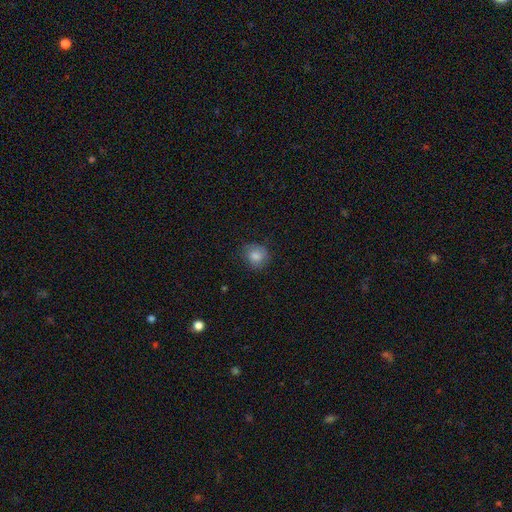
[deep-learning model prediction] Smooth or featured: smooth — 80% (star or artifact — 10%)
How rounded: round — 81% (in between — 18%)
Merging: none — 73% (minor disturbance — 20%)